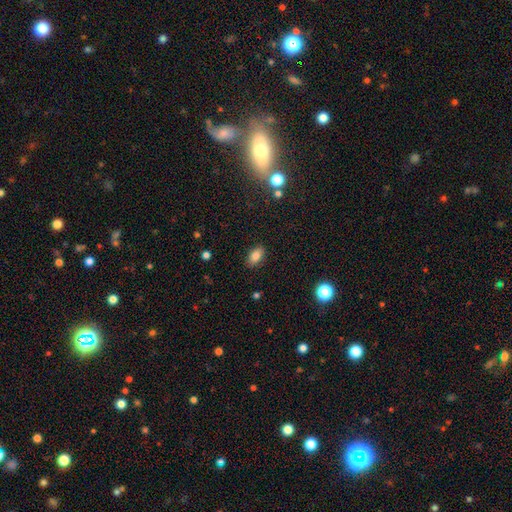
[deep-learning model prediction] A smooth galaxy with no disk features (83%) that is in between round and cigar-shaped (90%). Merging: none (87%).